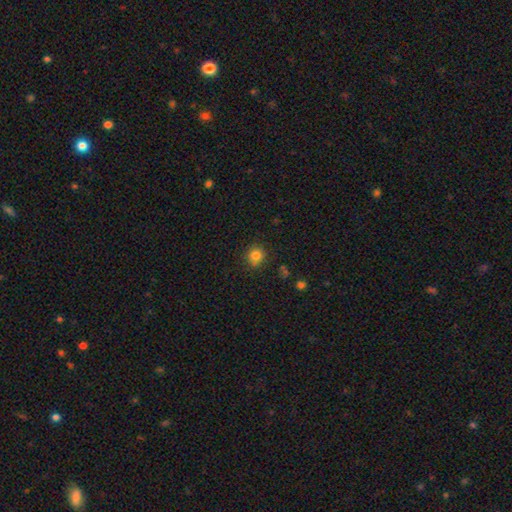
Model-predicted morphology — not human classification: type=smooth (82%); roundness=round (90%); merging=none (83%).